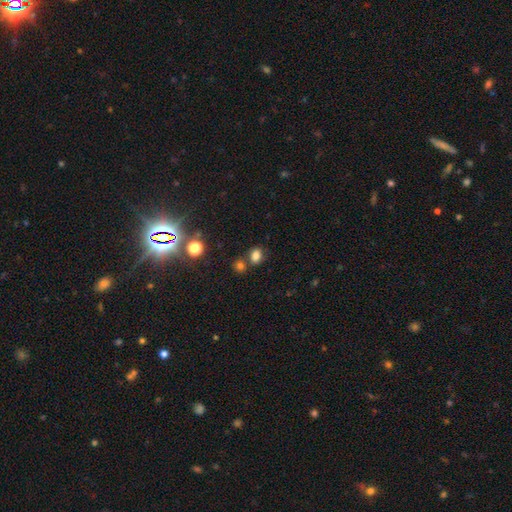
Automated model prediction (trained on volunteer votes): smooth_or_featured: smooth (p=0.79) [alt: star or artifact p=0.15]
how_rounded: in between (p=0.55) [alt: round p=0.44]
merging: none (p=0.63) [alt: merger p=0.21]